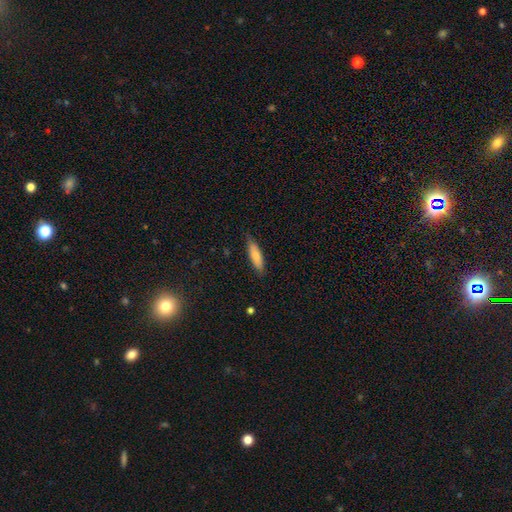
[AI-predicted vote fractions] smooth-or-featured: smooth: 74% | featured or disk: 20% | star or artifact: 6%
  how-rounded: cigar-shaped: 57% | in between: 41% | round: 2%
  merging: none: 82% | minor disturbance: 14% | major disturbance: 2% | merger: 1%